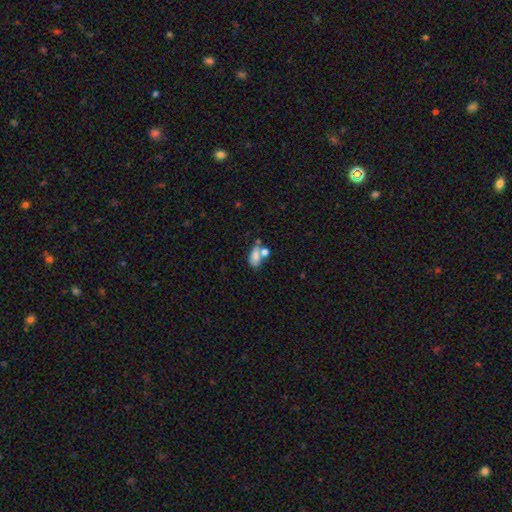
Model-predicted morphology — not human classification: Q: Smooth or featured?
A: smooth (73%); runner-up: featured or disk (18%)
Q: How rounded?
A: in between (87%); runner-up: round (9%)
Q: Merging?
A: merger (41%); runner-up: none (36%)